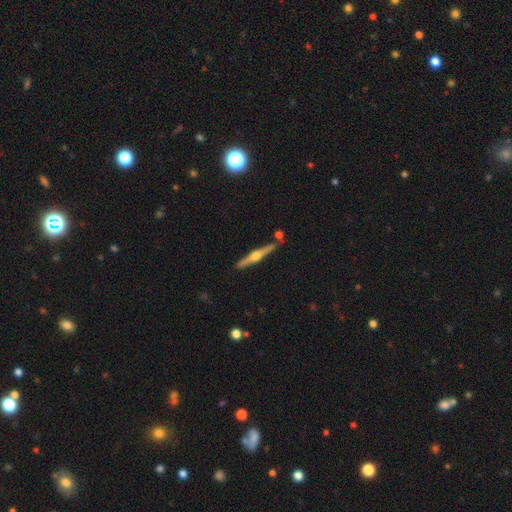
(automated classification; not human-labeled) A featured or disk galaxy (77%) viewed edge-on (98%) with a rounded central bulge (94%).

Vote fractions:
- Smooth or featured? featured or disk: 77% / smooth: 18% / star or artifact: 5%
- Edge-on disk? yes: 98% / no: 2%
- Edge-on bulge? rounded: 94% / boxy: 3% / none: 3%
- Merging? none: 84% / minor disturbance: 9% / merger: 6% / major disturbance: 2%